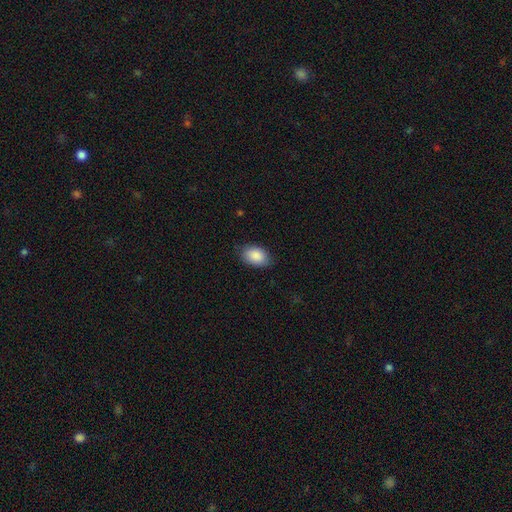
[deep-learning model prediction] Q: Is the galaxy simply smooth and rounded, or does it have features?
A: smooth — 89%.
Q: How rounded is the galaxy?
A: in between — 88%.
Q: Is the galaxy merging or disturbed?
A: none — 80%.